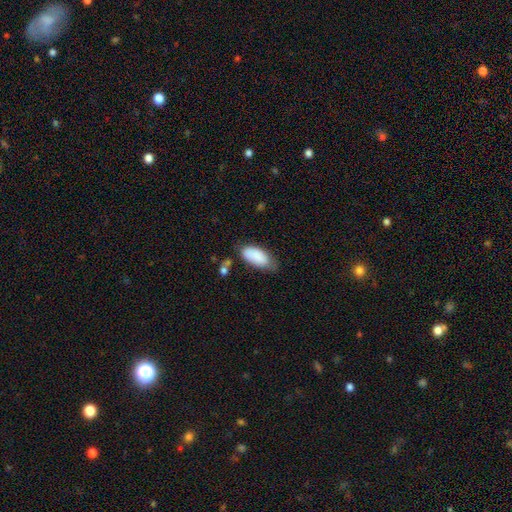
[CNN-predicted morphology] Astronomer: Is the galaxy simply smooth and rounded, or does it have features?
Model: smooth — 87%.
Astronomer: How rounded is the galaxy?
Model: in between — 91%.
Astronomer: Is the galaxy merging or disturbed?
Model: none — 54% (runner-up: minor disturbance, 33%).